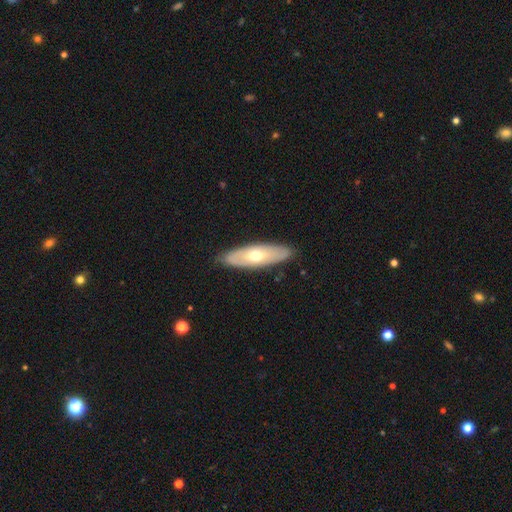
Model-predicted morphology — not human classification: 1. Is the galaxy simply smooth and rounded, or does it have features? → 49% featured or disk, 46% smooth, 5% star or artifact.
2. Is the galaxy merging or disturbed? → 86% none, 11% minor disturbance, 2% major disturbance, 1% merger.